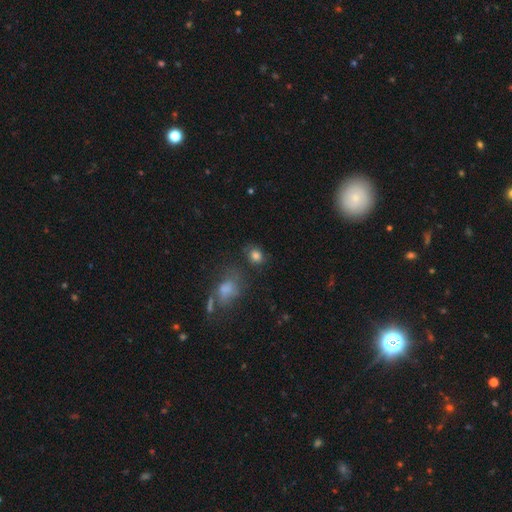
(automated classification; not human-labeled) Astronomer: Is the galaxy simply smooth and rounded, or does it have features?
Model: smooth — 80%.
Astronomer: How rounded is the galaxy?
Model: round — 61% (runner-up: in between, 37%).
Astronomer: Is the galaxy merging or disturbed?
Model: none — 68%.